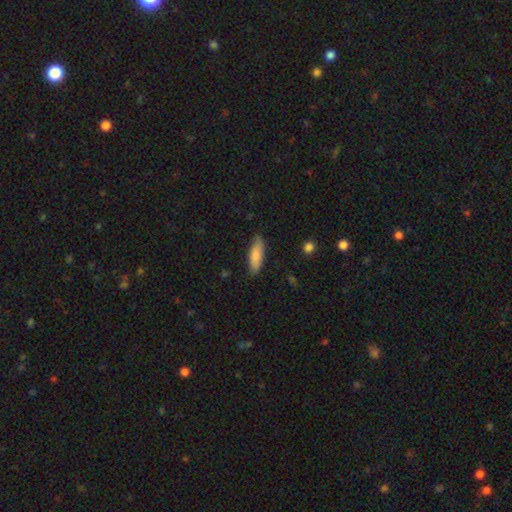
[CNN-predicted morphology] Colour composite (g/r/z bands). It shows a smooth galaxy with no disk features (85%) that is in between round and cigar-shaped (55%). Merging: none (81%).